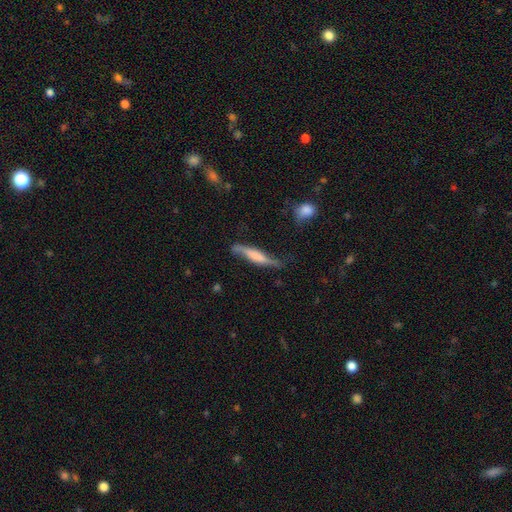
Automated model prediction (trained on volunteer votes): Smooth or featured: featured or disk — 50% (smooth — 44%)
Merging: none — 58% (minor disturbance — 29%)